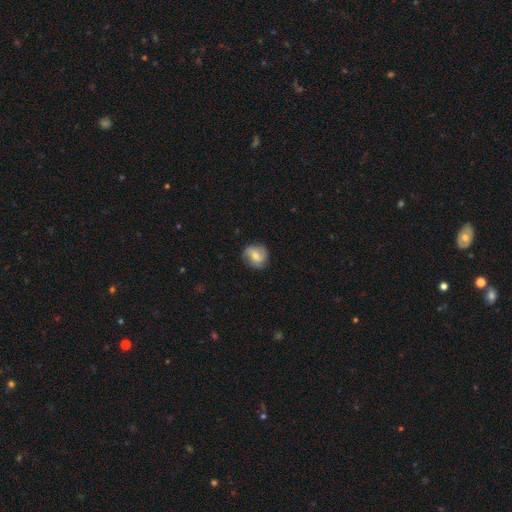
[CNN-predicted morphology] This appears to be a featured or disk galaxy (50%). Merging: none (78%).